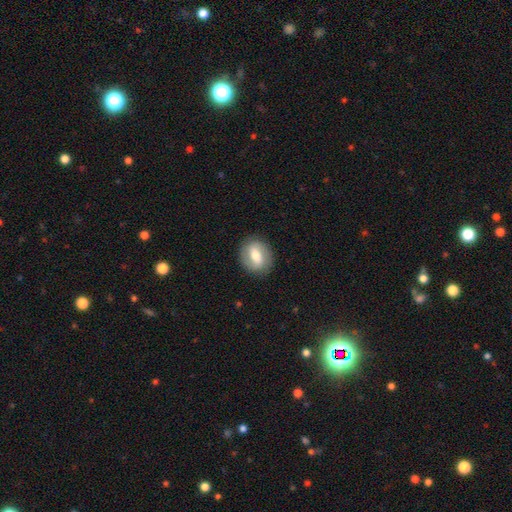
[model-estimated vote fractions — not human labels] featured or disk 50%, smooth 43%, star or artifact 7%. Down the decision tree: edge-on disk — no (94%); merging — none (87%).